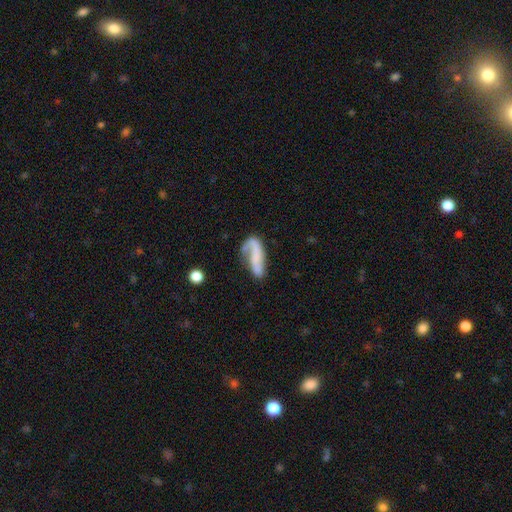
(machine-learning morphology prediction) Smooth or featured?
  - featured or disk: 55% *
  - smooth: 37%
  - star or artifact: 8%
Edge-on disk?
  - no: 89% *
  - yes: 11%
Merging?
  - none: 40% *
  - minor disturbance: 26%
  - major disturbance: 24%
  - merger: 9%